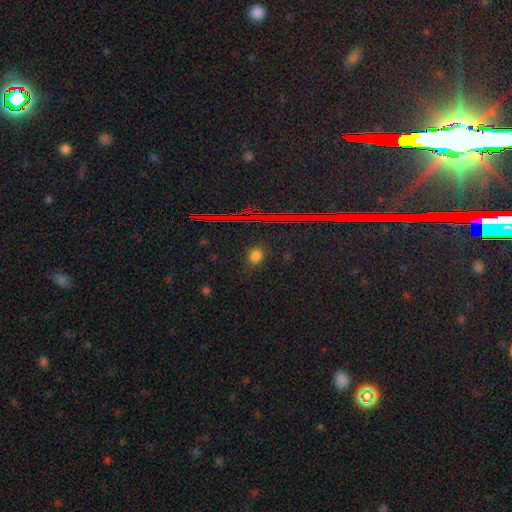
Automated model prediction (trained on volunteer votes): This appears to be a smooth galaxy with no disk features (71%) that is round (54%). Merging: none (84%).